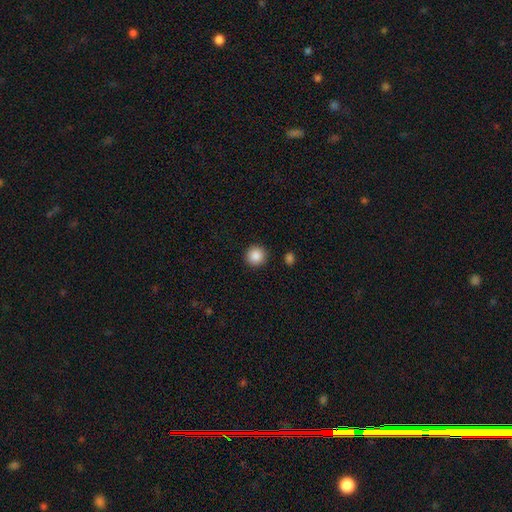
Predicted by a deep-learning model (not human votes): Smooth or featured?
  - smooth: 88% *
  - star or artifact: 9%
  - featured or disk: 3%
How rounded?
  - round: 94% *
  - in between: 5%
  - cigar-shaped: 1%
Merging?
  - none: 91% *
  - minor disturbance: 5%
  - major disturbance: 2%
  - merger: 2%